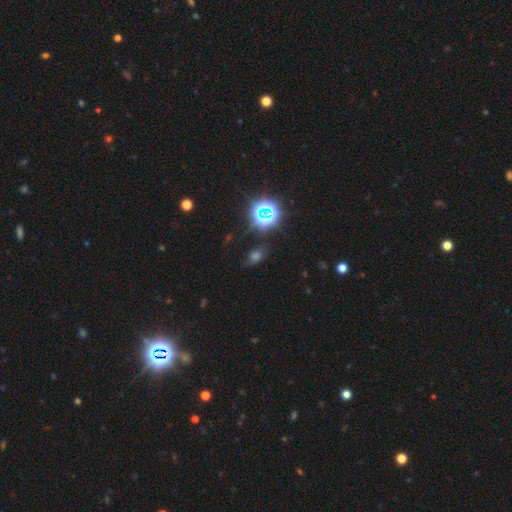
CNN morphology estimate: Smooth or featured?
  - star or artifact: 52% *
  - smooth: 37%
  - featured or disk: 11%